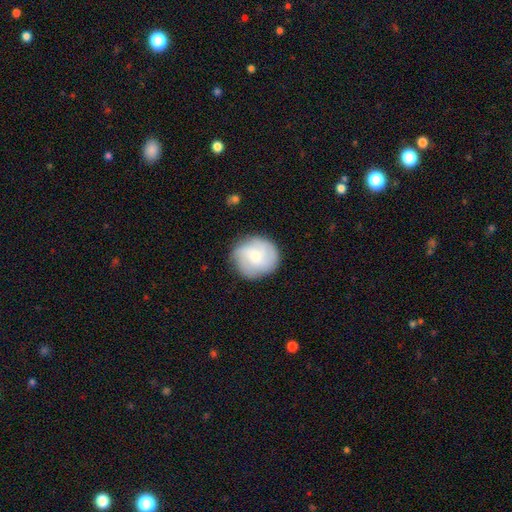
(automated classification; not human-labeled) smooth 52%, featured or disk 40%, star or artifact 7%. Down the decision tree: how rounded — round (86%); merging — none (79%).